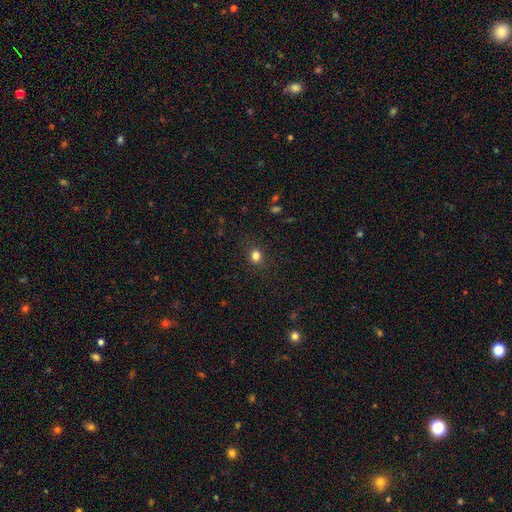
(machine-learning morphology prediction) This is clearly a smooth galaxy (81%). How rounded: likely round (71%). Merging: clearly none (87%).